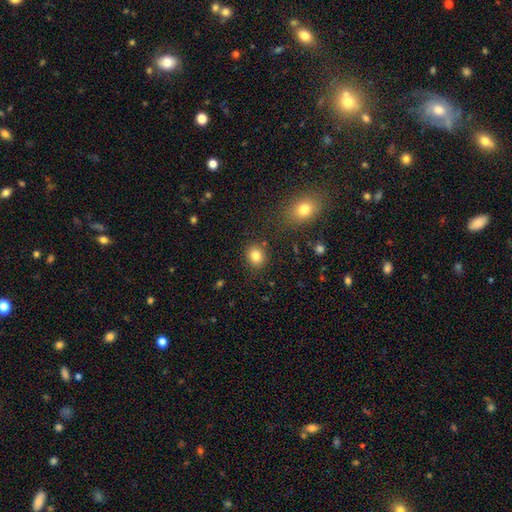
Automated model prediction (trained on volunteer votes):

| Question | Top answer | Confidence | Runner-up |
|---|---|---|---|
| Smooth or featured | smooth | 82% | star or artifact (11%) |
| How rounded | round | 67% | in between (32%) |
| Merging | none | 85% | minor disturbance (9%) |